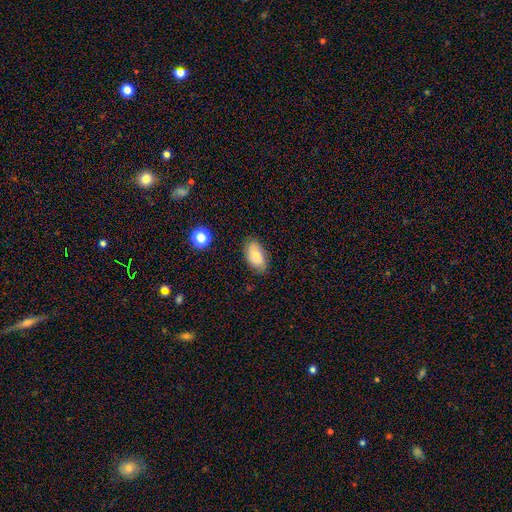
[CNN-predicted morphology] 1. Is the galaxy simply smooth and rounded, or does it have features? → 75% smooth, 16% featured or disk, 8% star or artifact.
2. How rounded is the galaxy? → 93% in between, 5% round, 2% cigar-shaped.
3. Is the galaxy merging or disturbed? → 80% none, 15% minor disturbance, 3% major disturbance, 2% merger.